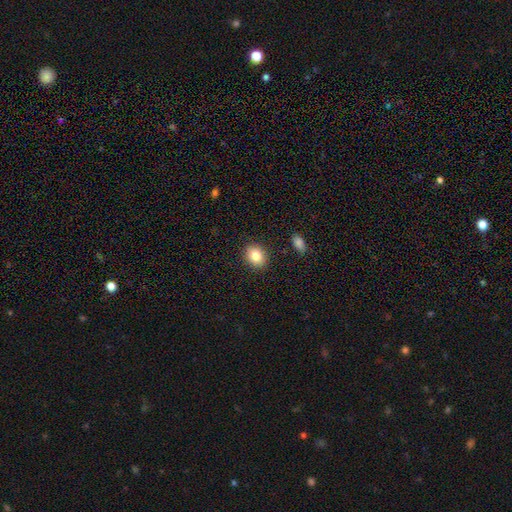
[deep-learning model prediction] A smooth galaxy with no disk features (84%) that is in between round and cigar-shaped (50%). Merging: none (89%).